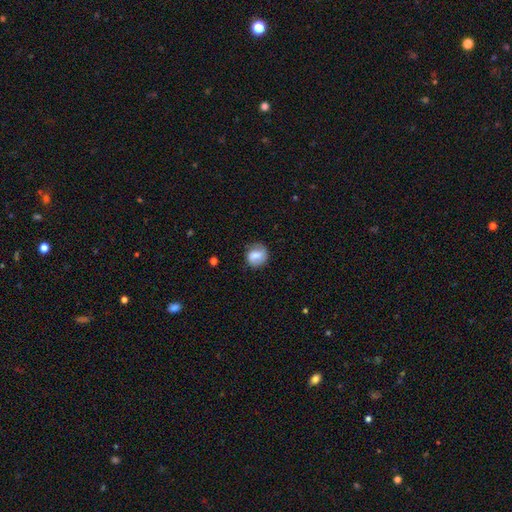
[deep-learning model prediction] smooth-or-featured: smooth: 68% | featured or disk: 24% | star or artifact: 8%
  how-rounded: round: 77% | in between: 22% | cigar-shaped: 1%
  merging: none: 69% | minor disturbance: 22% | major disturbance: 7% | merger: 1%